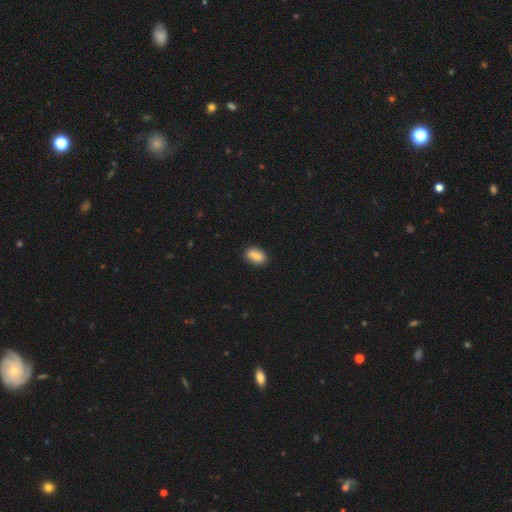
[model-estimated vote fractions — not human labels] smooth_or_featured: smooth (p=0.87) [alt: star or artifact p=0.08]
how_rounded: in between (p=0.89) [alt: round p=0.08]
merging: none (p=0.88) [alt: minor disturbance p=0.09]